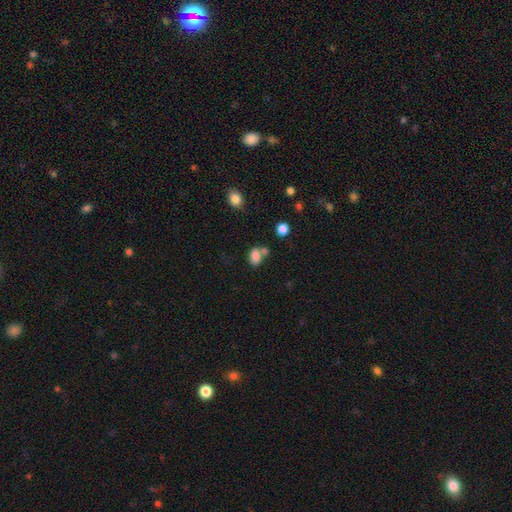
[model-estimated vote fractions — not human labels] This is clearly a smooth galaxy (82%). How rounded: likely in between (78%). Merging: marginally none (44%).